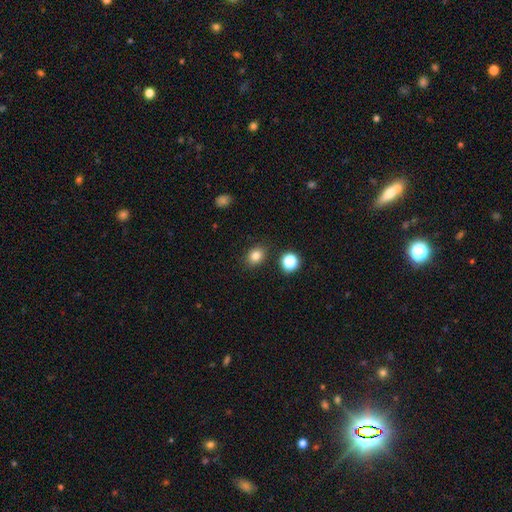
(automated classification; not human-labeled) Smooth or featured?
  - smooth: 82% *
  - star or artifact: 12%
  - featured or disk: 6%
How rounded?
  - in between: 55% *
  - round: 44%
  - cigar-shaped: 1%
Merging?
  - none: 85% *
  - minor disturbance: 9%
  - merger: 3%
  - major disturbance: 3%